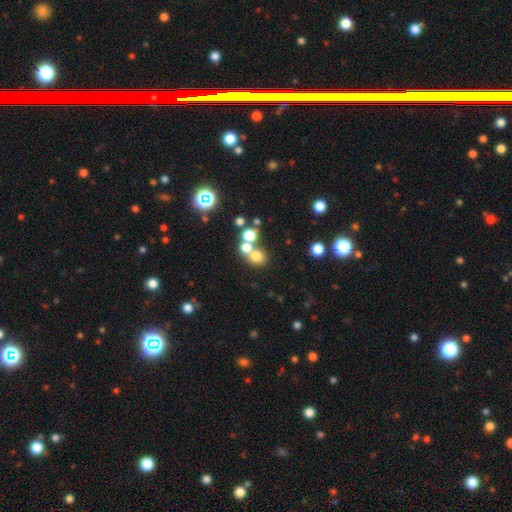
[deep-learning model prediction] Smooth or featured: smooth — 68% (star or artifact — 20%)
How rounded: round — 81% (in between — 18%)
Merging: none — 48% (merger — 41%)